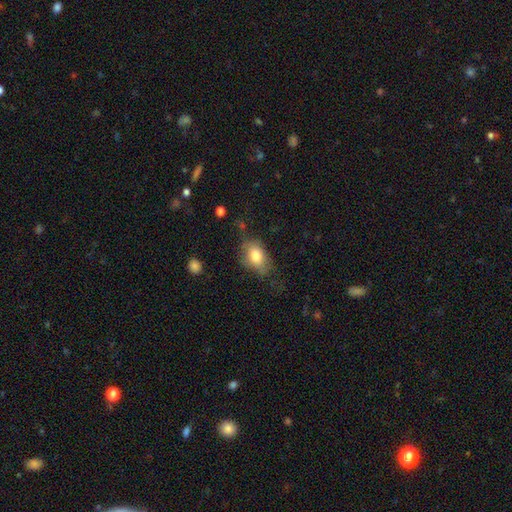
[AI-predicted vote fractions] A smooth galaxy with no disk features (78%) that is in between round and cigar-shaped (85%). Merging: none (55%).